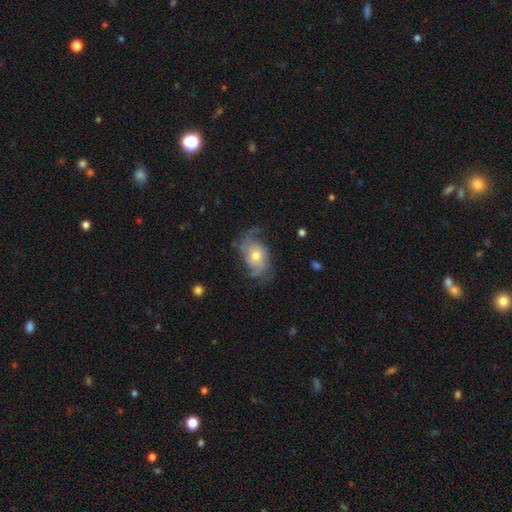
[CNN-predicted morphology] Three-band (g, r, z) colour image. It shows a featured or disk galaxy (61%) with no bar (78%), spiral arms (80%) and a moderate central bulge (66%). Merging: none (52%).